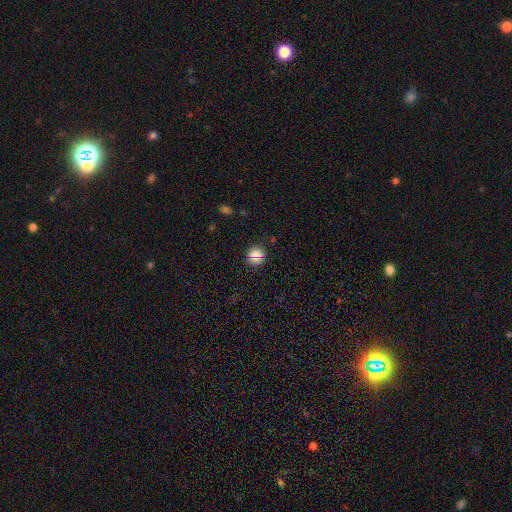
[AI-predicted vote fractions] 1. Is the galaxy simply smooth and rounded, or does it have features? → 71% smooth, 20% star or artifact, 10% featured or disk.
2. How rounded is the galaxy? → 90% round, 8% in between, 1% cigar-shaped.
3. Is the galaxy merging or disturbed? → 88% none, 8% minor disturbance, 2% major disturbance, 2% merger.